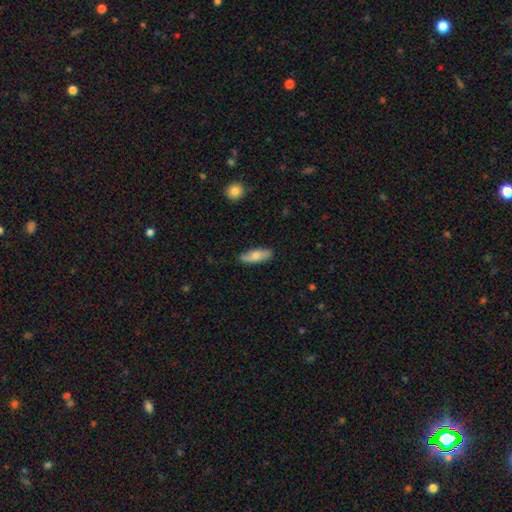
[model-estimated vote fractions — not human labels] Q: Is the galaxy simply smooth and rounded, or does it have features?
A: smooth — 71%.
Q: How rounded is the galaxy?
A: in between — 66%.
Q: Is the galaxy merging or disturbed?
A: none — 82%.